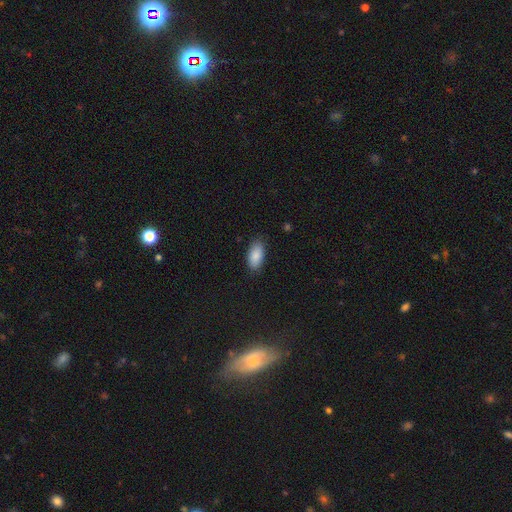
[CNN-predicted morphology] Smooth or featured? smooth (88%)
How rounded? in between (93%)
Merging? none (84%)